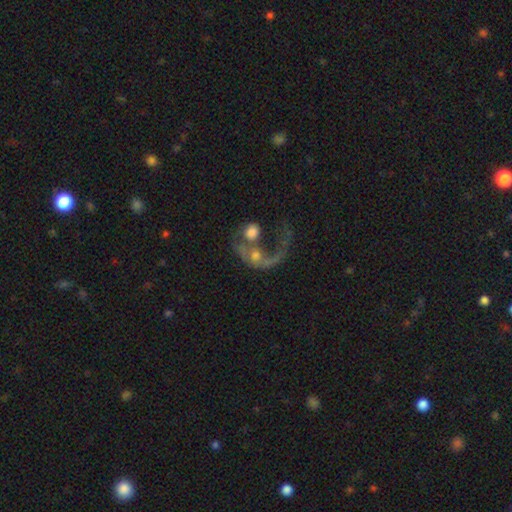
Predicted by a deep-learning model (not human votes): featured or disk 58%, smooth 33%, star or artifact 10%. Down the decision tree: edge-on disk — no (96%); bar — no (78%); spiral arms — yes (59%); bulge size — moderate (49%); merging — merger (53%).